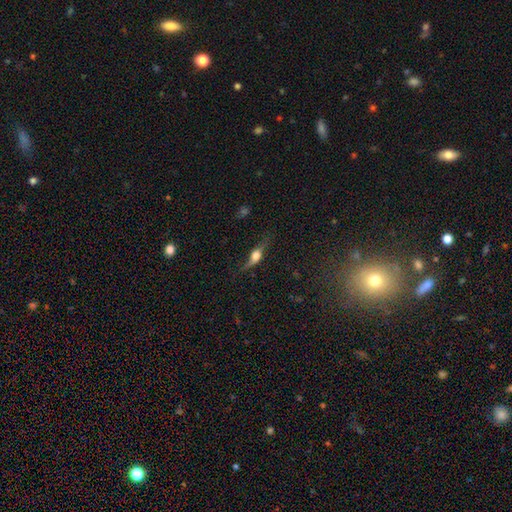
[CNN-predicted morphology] featured or disk 59%, smooth 32%, star or artifact 9%. Down the decision tree: edge-on disk — yes (84%); merging — none (63%).